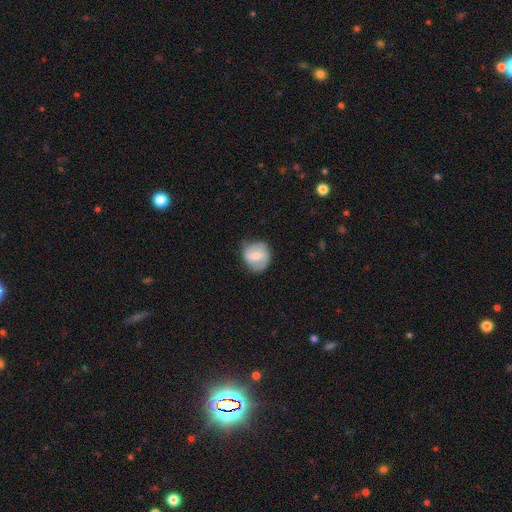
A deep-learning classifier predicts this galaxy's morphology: The model was most divided on "smooth or featured": smooth: 58%, featured or disk: 35%, star or artifact: 7%. More confident: how rounded — round (79%); merging — none (66%).